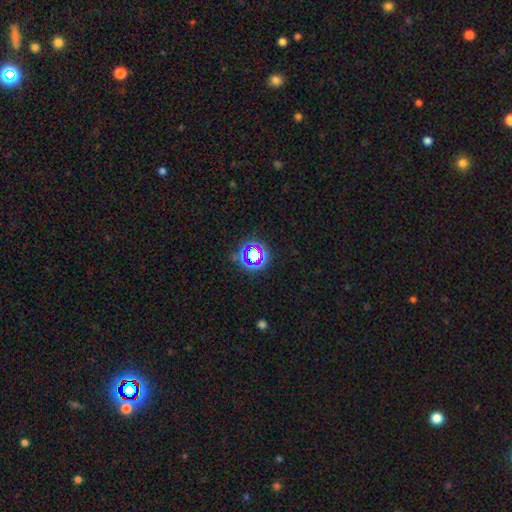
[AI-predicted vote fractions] Smooth or featured: star or artifact — 62% (smooth — 25%)